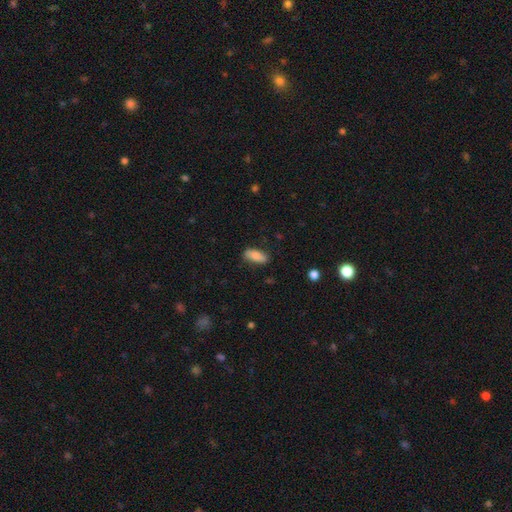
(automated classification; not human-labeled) Q: Smooth or featured?
A: smooth (82%); runner-up: featured or disk (12%)
Q: How rounded?
A: in between (81%); runner-up: cigar-shaped (16%)
Q: Merging?
A: none (82%); runner-up: minor disturbance (14%)